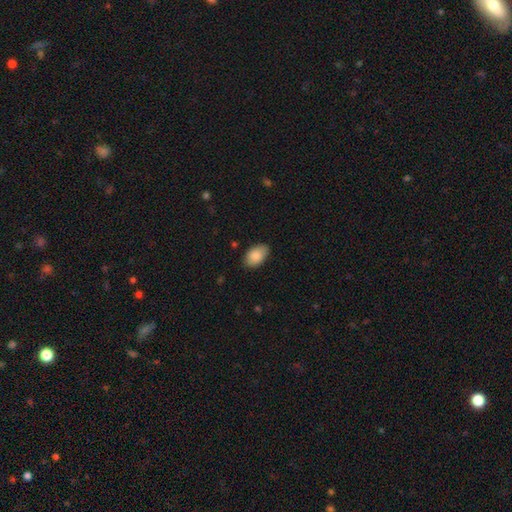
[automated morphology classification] This appears to be a smooth galaxy with no disk features (88%) that is in between round and cigar-shaped (92%). Merging: none (81%).